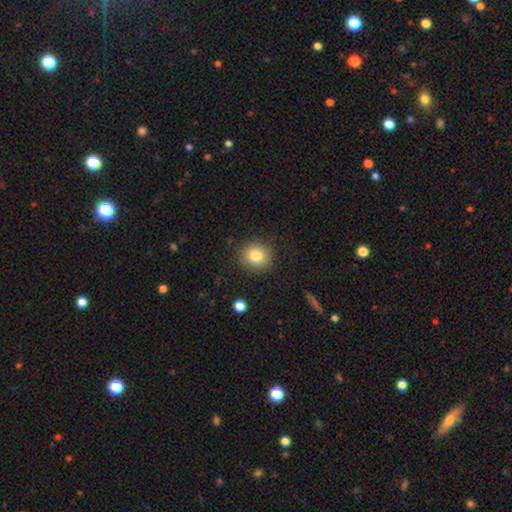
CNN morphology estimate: Smooth or featured?
  - smooth: 81% *
  - star or artifact: 10%
  - featured or disk: 8%
How rounded?
  - round: 87% *
  - in between: 12%
  - cigar-shaped: 1%
Merging?
  - none: 88% *
  - minor disturbance: 8%
  - major disturbance: 3%
  - merger: 1%